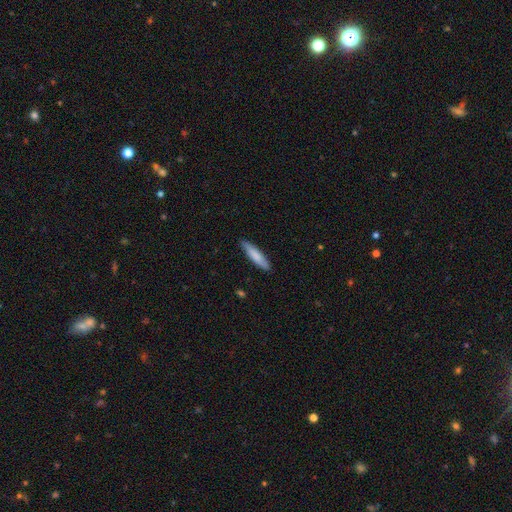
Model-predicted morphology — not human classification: smooth_or_featured: smooth (p=0.80) [alt: featured or disk p=0.15]
how_rounded: cigar-shaped (p=0.80) [alt: in between p=0.19]
merging: none (p=0.87) [alt: minor disturbance p=0.10]